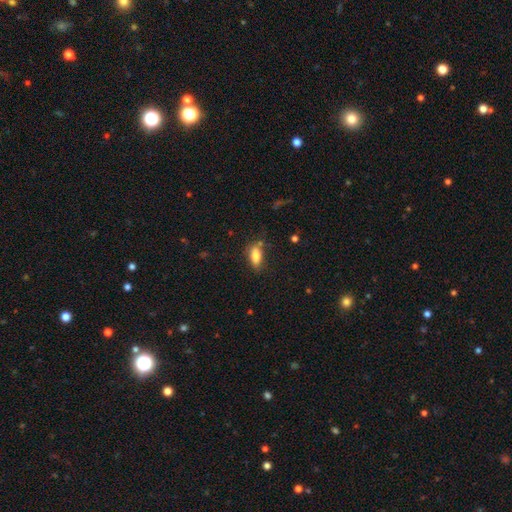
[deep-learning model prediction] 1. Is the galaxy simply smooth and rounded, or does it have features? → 82% smooth, 10% featured or disk, 8% star or artifact.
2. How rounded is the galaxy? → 83% in between, 13% cigar-shaped, 3% round.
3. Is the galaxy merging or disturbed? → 70% none, 19% minor disturbance, 6% merger, 5% major disturbance.